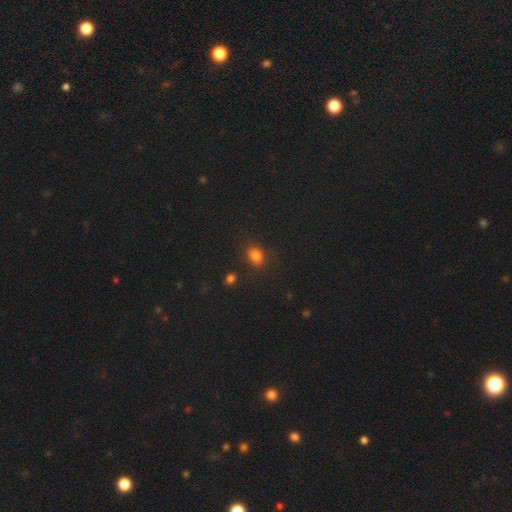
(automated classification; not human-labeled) A smooth galaxy with no disk features (79%) that is in between round and cigar-shaped (51%). Merging: none (82%).